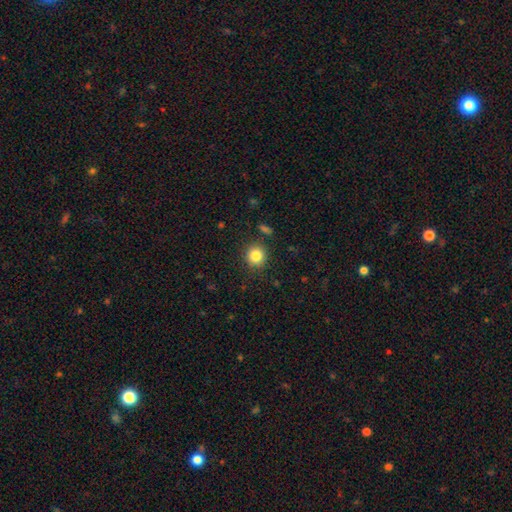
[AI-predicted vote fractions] Morphology: type=smooth (83%); roundness=round (89%); merging=none (86%).